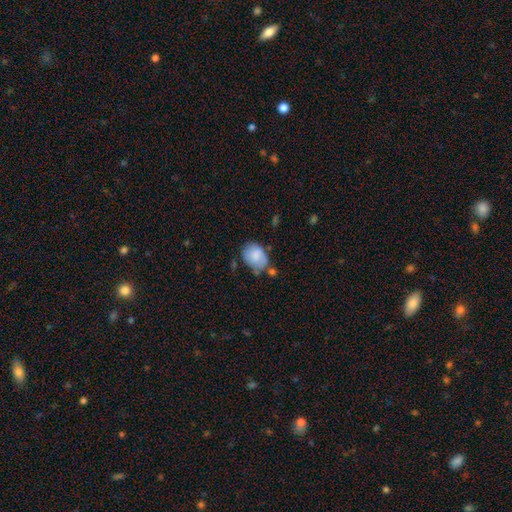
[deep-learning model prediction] smooth_or_featured: smooth (p=0.79) [alt: featured or disk p=0.14]
how_rounded: in between (p=0.67) [alt: round p=0.32]
merging: none (p=0.50) [alt: minor disturbance p=0.30]